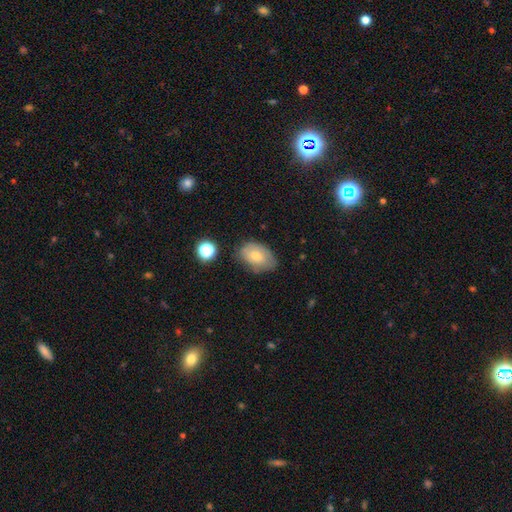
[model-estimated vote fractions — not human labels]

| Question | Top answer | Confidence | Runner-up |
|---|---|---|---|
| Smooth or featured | smooth | 64% | featured or disk (27%) |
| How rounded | in between | 83% | round (15%) |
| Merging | none | 62% | minor disturbance (29%) |